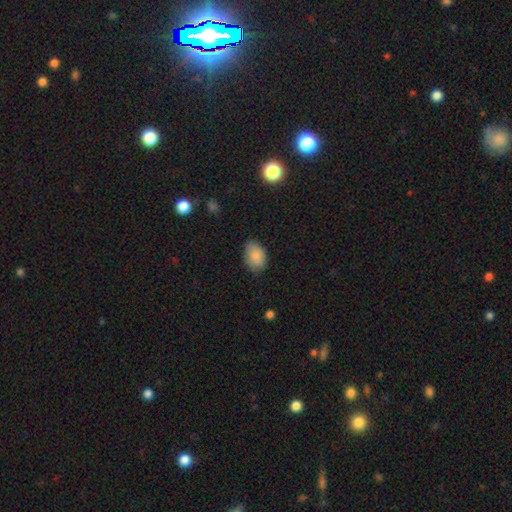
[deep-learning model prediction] Morphology: type=smooth (86%); roundness=in between (82%); merging=none (79%).